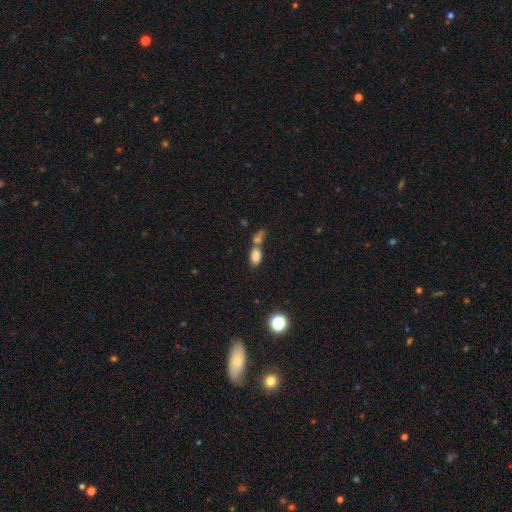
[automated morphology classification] This is clearly a smooth galaxy (81%). How rounded: clearly in between (88%). Merging: possibly merger (52%).